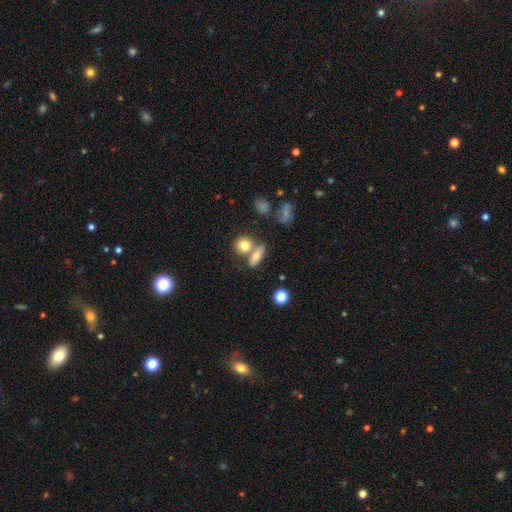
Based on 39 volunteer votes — Morphology: type=smooth (69%); roundness=in between (44%); merging=merger (44%).